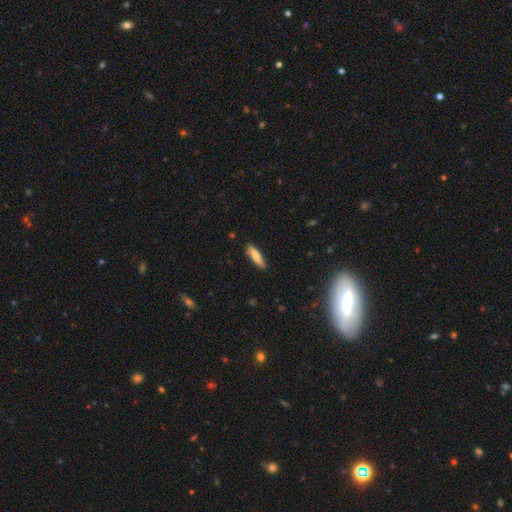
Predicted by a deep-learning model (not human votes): Smooth or featured?
  - smooth: 79% *
  - featured or disk: 15%
  - star or artifact: 6%
How rounded?
  - cigar-shaped: 73% *
  - in between: 26%
  - round: 2%
Merging?
  - none: 85% *
  - minor disturbance: 12%
  - major disturbance: 2%
  - merger: 1%